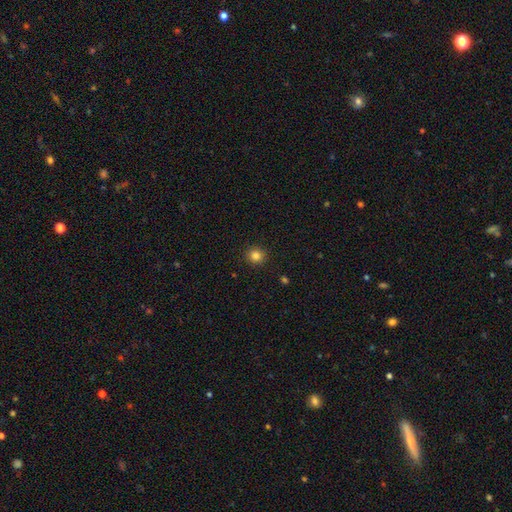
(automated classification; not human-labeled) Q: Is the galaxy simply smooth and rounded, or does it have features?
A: smooth — 84%.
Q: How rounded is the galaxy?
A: round — 90%.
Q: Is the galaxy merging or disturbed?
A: none — 92%.